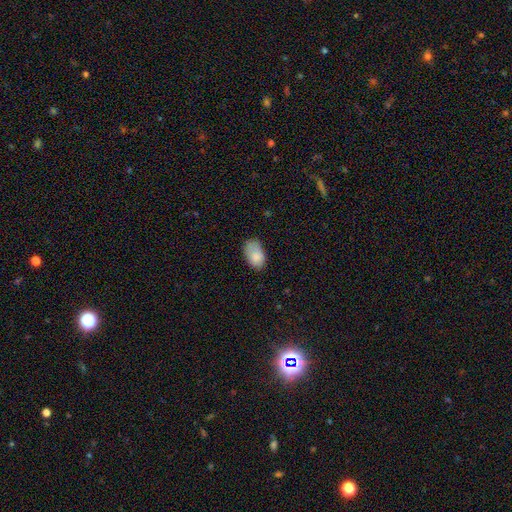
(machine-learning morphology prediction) A smooth galaxy with no disk features (84%) that is in between round and cigar-shaped (92%).

Vote fractions:
- Smooth or featured? smooth: 84% / featured or disk: 8% / star or artifact: 8%
- How rounded? in between: 92% / round: 7% / cigar-shaped: 1%
- Merging? none: 62% / minor disturbance: 29% / major disturbance: 7% / merger: 2%